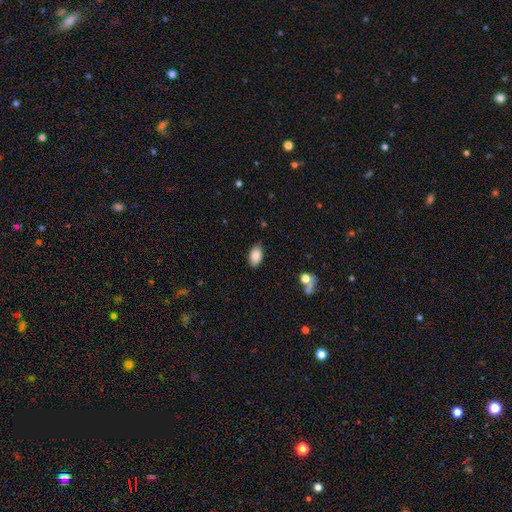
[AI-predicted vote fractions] Q: Smooth or featured?
A: smooth (86%); runner-up: star or artifact (8%)
Q: How rounded?
A: in between (91%); runner-up: round (7%)
Q: Merging?
A: none (80%); runner-up: minor disturbance (15%)